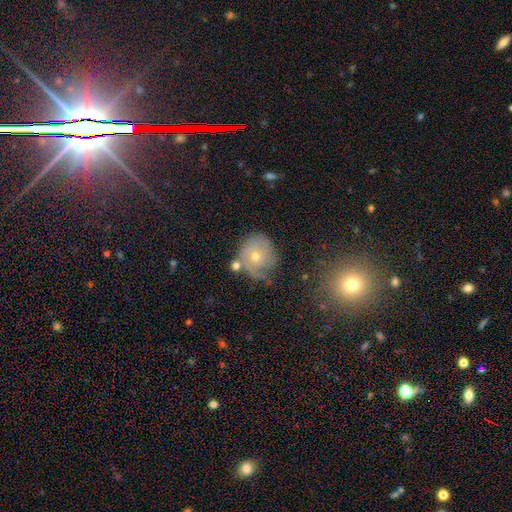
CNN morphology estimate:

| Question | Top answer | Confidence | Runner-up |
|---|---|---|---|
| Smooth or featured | featured or disk | 56% | smooth (30%) |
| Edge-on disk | no | 97% | yes (3%) |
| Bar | no | 82% | weak (15%) |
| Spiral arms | yes | 79% | no (21%) |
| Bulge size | small | 57% | moderate (40%) |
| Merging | none | 59% | minor disturbance (22%) |